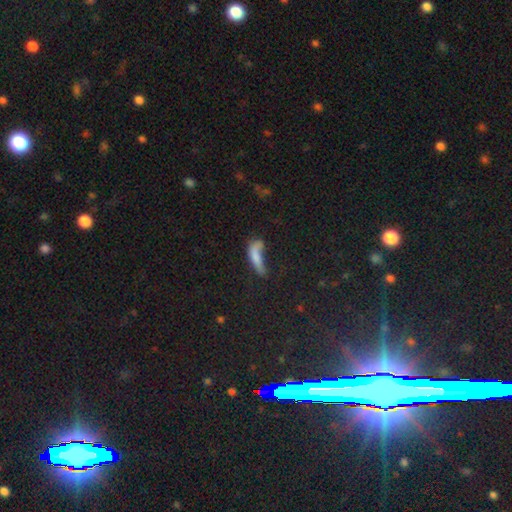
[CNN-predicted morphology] Q: Smooth or featured?
A: smooth (67%); runner-up: featured or disk (20%)
Q: How rounded?
A: cigar-shaped (54%); runner-up: in between (42%)
Q: Merging?
A: major disturbance (37%); runner-up: none (27%)